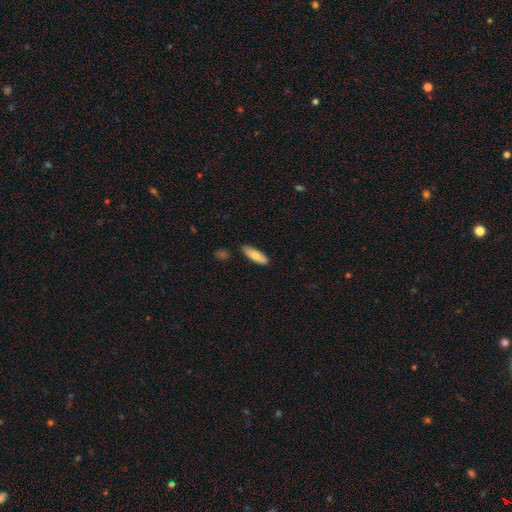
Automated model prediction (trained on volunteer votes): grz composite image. It shows a smooth galaxy with no disk features (76%) that is in between round and cigar-shaped (58%). Merging: none (84%).